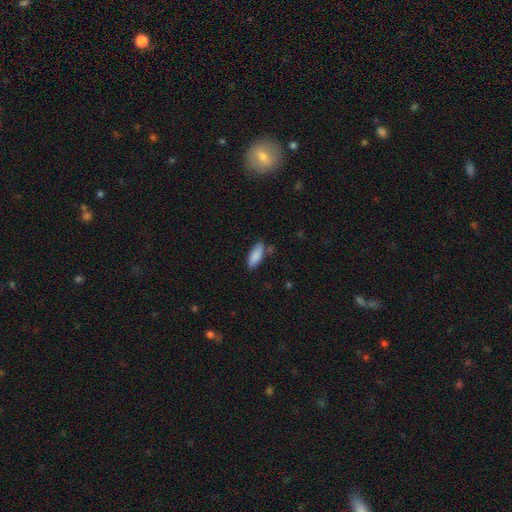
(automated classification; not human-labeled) Smooth or featured? smooth (87%)
How rounded? in between (71%)
Merging? none (76%)